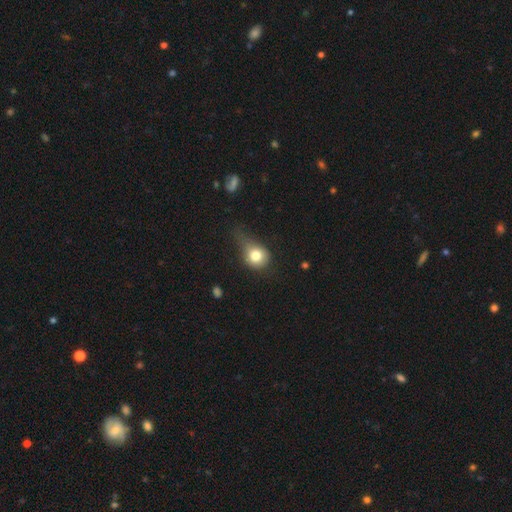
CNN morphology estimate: A smooth galaxy with no disk features (77%) that is round (72%).

Vote fractions:
- Smooth or featured? smooth: 77% / featured or disk: 13% / star or artifact: 10%
- How rounded? round: 72% / in between: 26% / cigar-shaped: 1%
- Merging? minor disturbance: 40% / none: 30% / major disturbance: 27% / merger: 3%